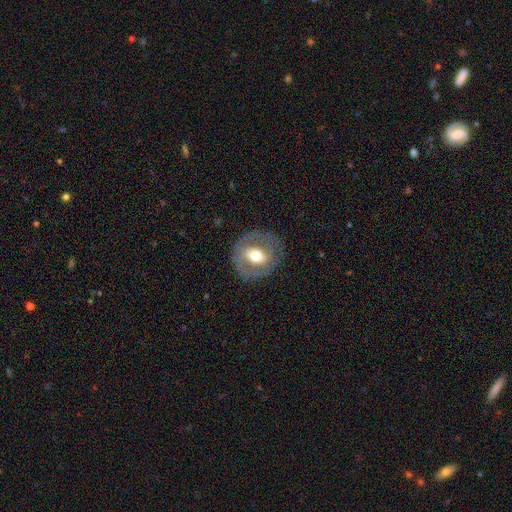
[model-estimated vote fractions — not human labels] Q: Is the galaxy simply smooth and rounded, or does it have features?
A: featured or disk — 56%.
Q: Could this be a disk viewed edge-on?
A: no — 94%.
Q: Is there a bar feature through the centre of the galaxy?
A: no — 44%.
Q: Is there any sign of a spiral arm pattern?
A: no — 67%.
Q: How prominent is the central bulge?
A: moderate — 67%.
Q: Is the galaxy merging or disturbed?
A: none — 80%.